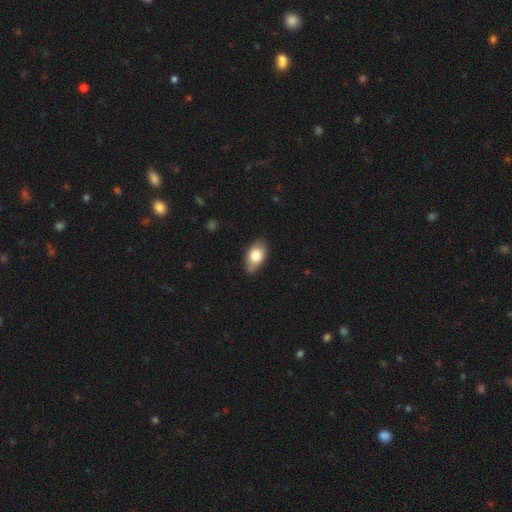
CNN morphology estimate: Smooth or featured: smooth — 79% (featured or disk — 14%)
How rounded: in between — 91% (round — 6%)
Merging: none — 77% (minor disturbance — 18%)